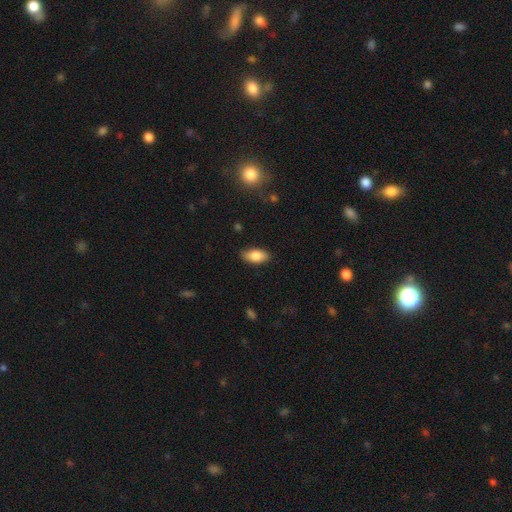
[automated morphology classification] Smooth or featured?
  - smooth: 83% *
  - featured or disk: 10%
  - star or artifact: 7%
How rounded?
  - in between: 91% *
  - cigar-shaped: 6%
  - round: 3%
Merging?
  - none: 85% *
  - minor disturbance: 11%
  - major disturbance: 2%
  - merger: 1%